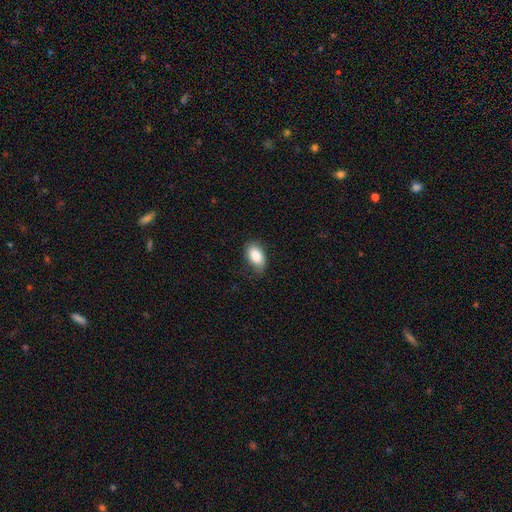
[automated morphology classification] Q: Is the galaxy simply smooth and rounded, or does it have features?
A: smooth — 85%.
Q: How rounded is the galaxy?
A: in between — 92%.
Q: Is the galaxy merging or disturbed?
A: none — 71%.